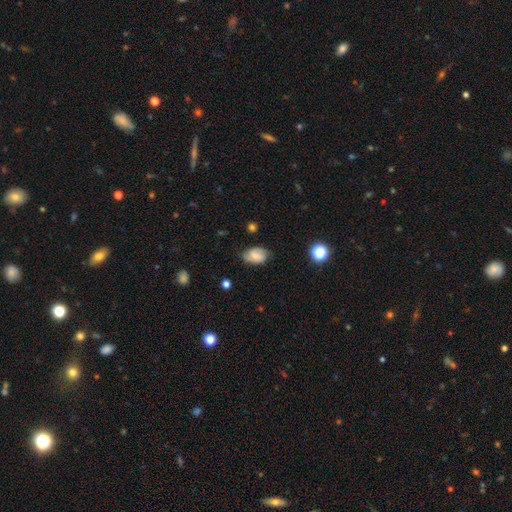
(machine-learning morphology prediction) A smooth galaxy with no disk features (59%) that is in between round and cigar-shaped (86%).

Vote fractions:
- Smooth or featured? smooth: 59% / featured or disk: 32% / star or artifact: 9%
- How rounded? in between: 86% / round: 13% / cigar-shaped: 1%
- Merging? none: 69% / minor disturbance: 24% / major disturbance: 5% / merger: 1%